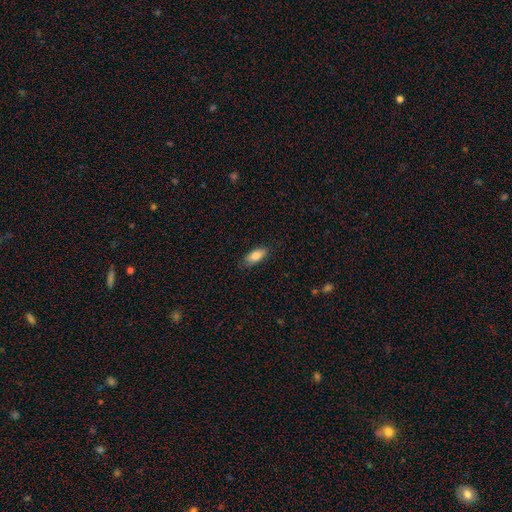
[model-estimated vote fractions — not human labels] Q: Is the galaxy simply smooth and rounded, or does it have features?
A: smooth — 85%.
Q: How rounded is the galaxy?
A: in between — 85%.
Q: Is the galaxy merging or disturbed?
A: none — 82%.